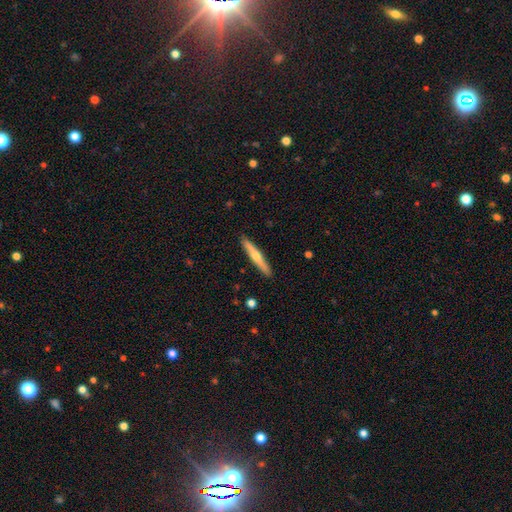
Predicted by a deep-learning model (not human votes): featured or disk 55%, smooth 40%, star or artifact 6%. Down the decision tree: edge-on disk — yes (96%); edge-on bulge — rounded (85%); merging — none (91%).